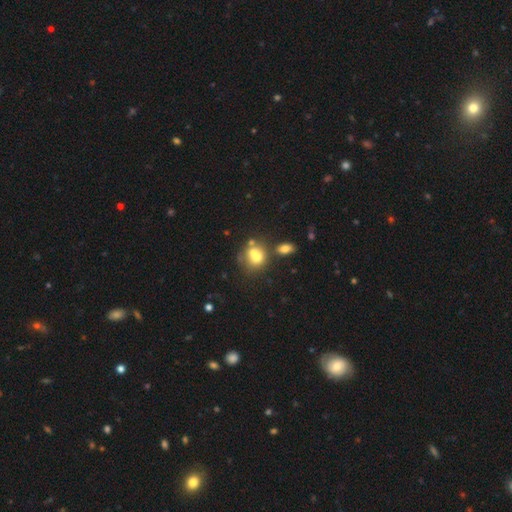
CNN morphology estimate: Smooth or featured? Predicted: smooth (p=0.64). How rounded? Predicted: round (p=0.68). Merging? Predicted: merger (p=0.49).